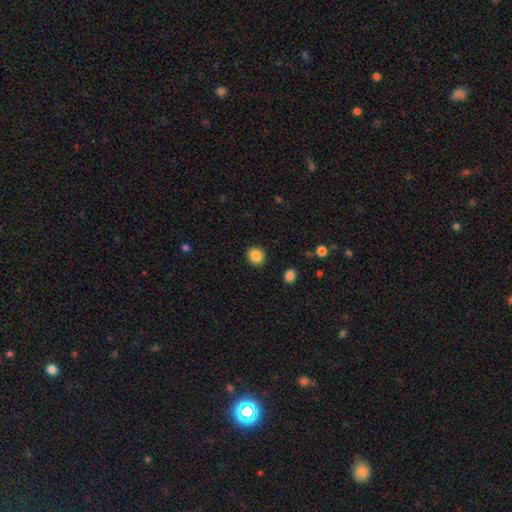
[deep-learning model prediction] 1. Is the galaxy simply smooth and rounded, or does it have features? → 87% smooth, 9% star or artifact, 4% featured or disk.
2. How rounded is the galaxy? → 91% round, 8% in between, 1% cigar-shaped.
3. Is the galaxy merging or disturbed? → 92% none, 5% minor disturbance, 2% major disturbance, 1% merger.